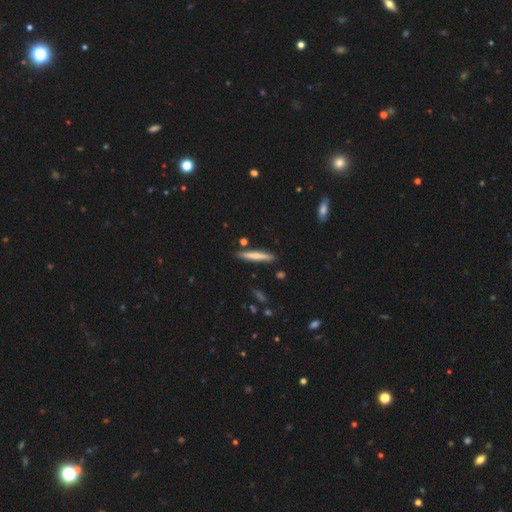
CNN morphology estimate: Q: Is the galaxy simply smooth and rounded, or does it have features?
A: smooth — 70%.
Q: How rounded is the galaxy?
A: cigar-shaped — 94%.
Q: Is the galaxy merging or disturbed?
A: none — 87%.